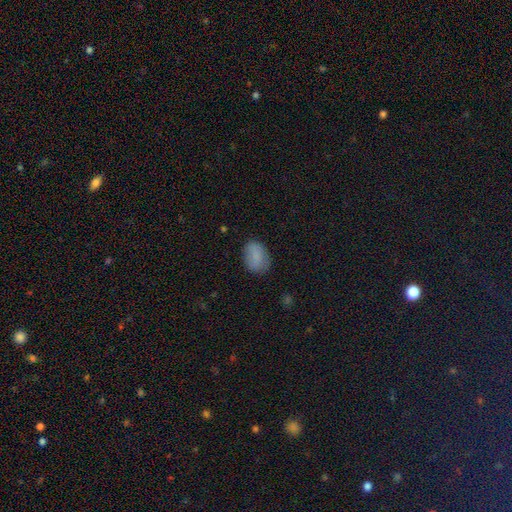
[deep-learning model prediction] This appears to be a smooth galaxy with no disk features (84%) that is in between round and cigar-shaped (76%). Merging: none (77%).